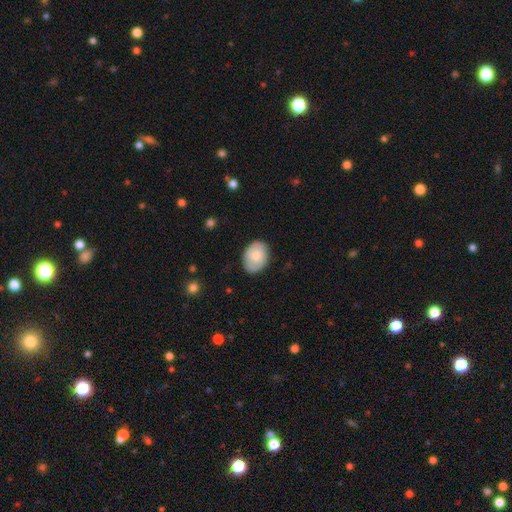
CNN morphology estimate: This appears to be a smooth galaxy with no disk features (73%) that is in between round and cigar-shaped (72%). Merging: none (80%).